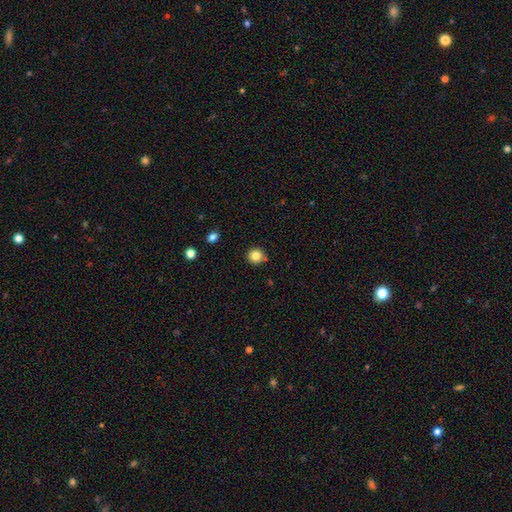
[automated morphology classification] This appears to be a smooth galaxy with no disk features (83%) that is round (93%). Merging: none (85%).